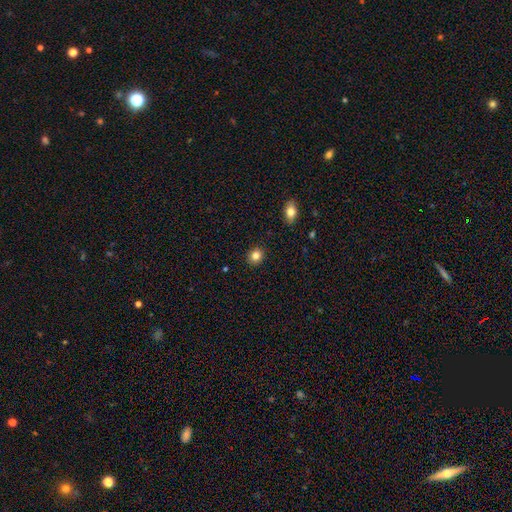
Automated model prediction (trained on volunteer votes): A smooth galaxy with no disk features (84%) that is round (81%). Merging: none (91%).